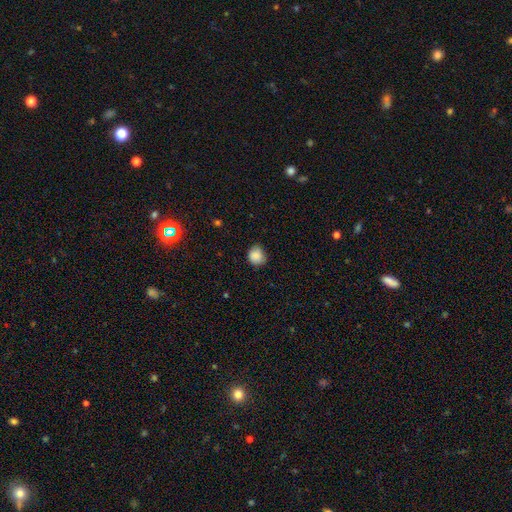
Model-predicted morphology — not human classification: smooth-or-featured: smooth: 86% | star or artifact: 9% | featured or disk: 5%
  how-rounded: round: 74% | in between: 25% | cigar-shaped: 1%
  merging: none: 68% | minor disturbance: 26% | major disturbance: 5% | merger: 1%